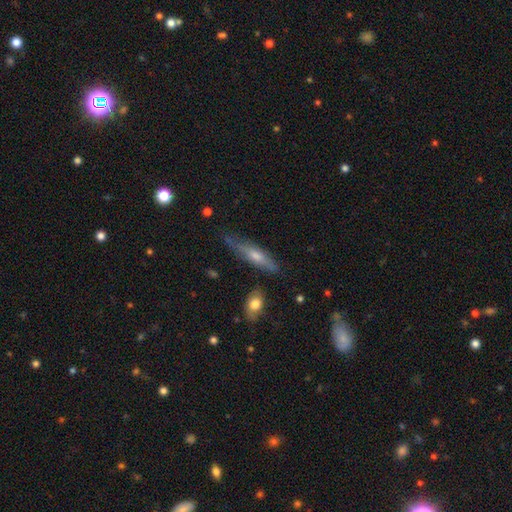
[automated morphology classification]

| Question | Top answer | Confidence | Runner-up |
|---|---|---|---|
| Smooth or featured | featured or disk | 51% | smooth (41%) |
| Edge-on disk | yes | 81% | no (19%) |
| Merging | none | 71% | minor disturbance (21%) |